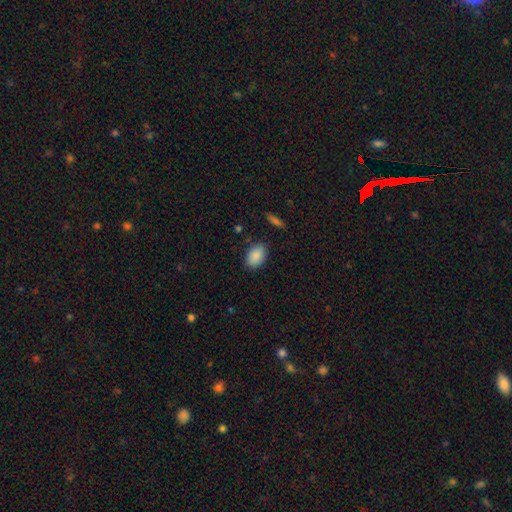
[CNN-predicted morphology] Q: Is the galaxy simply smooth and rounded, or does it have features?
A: smooth — 89%.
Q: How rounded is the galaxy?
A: in between — 85%.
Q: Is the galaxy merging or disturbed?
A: none — 83%.